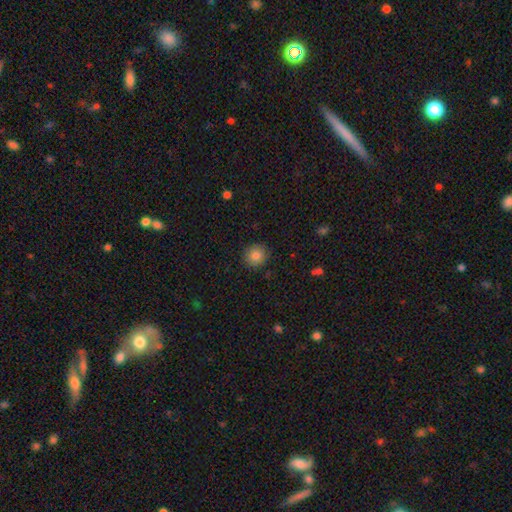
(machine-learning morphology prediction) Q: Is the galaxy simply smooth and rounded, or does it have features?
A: smooth — 83%.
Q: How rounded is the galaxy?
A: round — 92%.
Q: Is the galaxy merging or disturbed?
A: none — 90%.